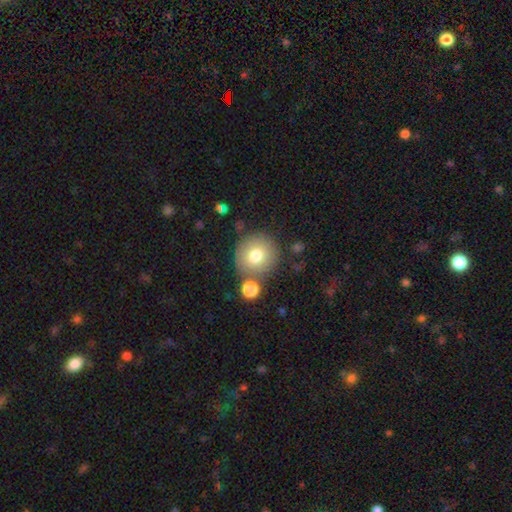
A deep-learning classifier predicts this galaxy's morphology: A smooth galaxy with no disk features (76%) that is round (92%).

Vote fractions:
- Smooth or featured? smooth: 76% / featured or disk: 14% / star or artifact: 10%
- How rounded? round: 92% / in between: 7% / cigar-shaped: 1%
- Merging? none: 75% / minor disturbance: 11% / merger: 10% / major disturbance: 4%